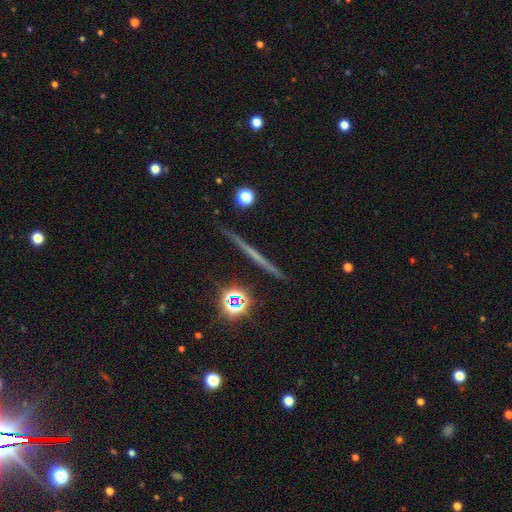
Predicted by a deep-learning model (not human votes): This appears to be a featured or disk galaxy (57%) viewed edge-on (97%) with no central bulge (87%). Merging: none (90%).